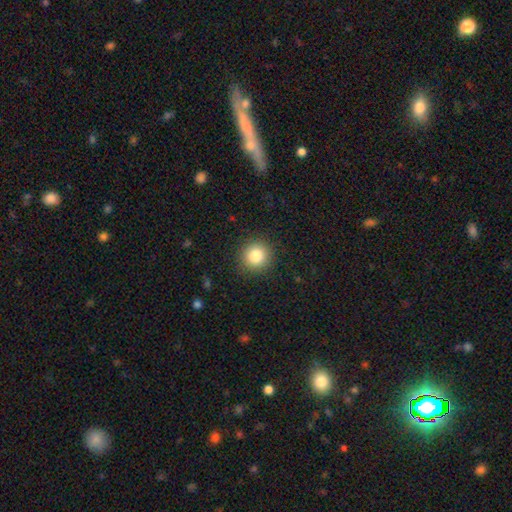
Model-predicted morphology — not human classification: smooth 83%, star or artifact 11%, featured or disk 6%. Down the decision tree: how rounded — round (93%); merging — none (91%).